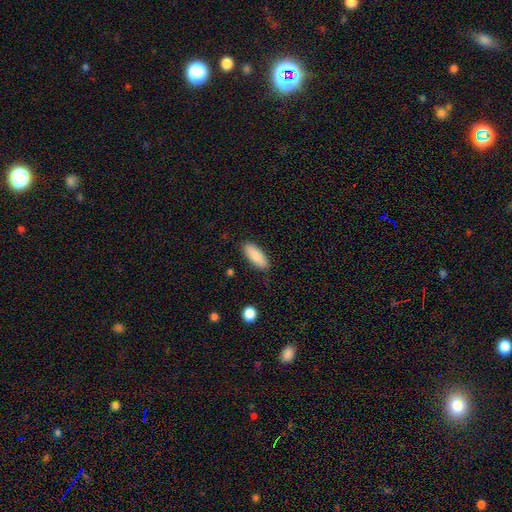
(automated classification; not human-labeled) This appears to be a smooth galaxy with no disk features (85%) that is in between round and cigar-shaped (75%). Merging: none (86%).